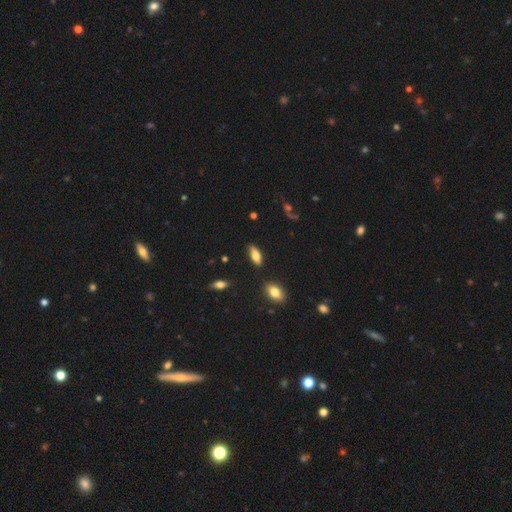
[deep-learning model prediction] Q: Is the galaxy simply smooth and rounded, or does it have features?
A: smooth — 70%.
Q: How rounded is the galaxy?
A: in between — 79%.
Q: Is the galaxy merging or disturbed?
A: none — 84%.